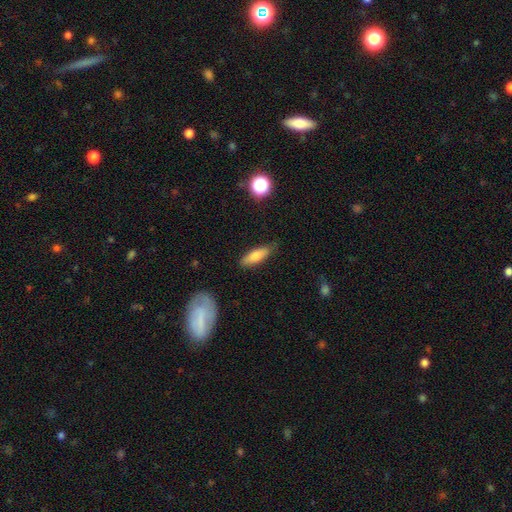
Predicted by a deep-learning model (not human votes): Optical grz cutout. It shows a smooth galaxy with no disk features (80%) that is in between round and cigar-shaped (53%). Merging: none (80%).